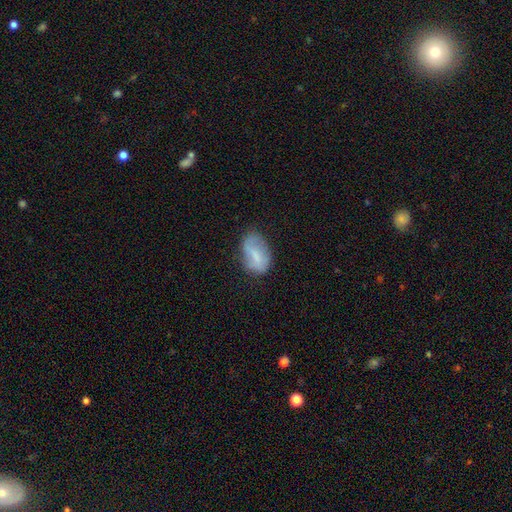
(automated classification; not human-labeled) Smooth or featured?
  - smooth: 59% *
  - featured or disk: 33%
  - star or artifact: 8%
How rounded?
  - in between: 89% *
  - round: 9%
  - cigar-shaped: 2%
Merging?
  - none: 59% *
  - minor disturbance: 29%
  - major disturbance: 10%
  - merger: 2%